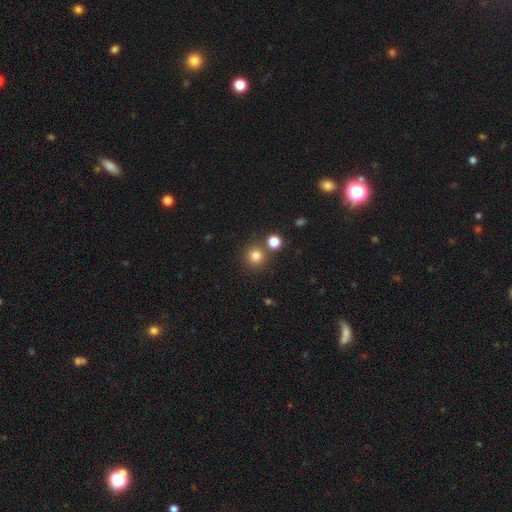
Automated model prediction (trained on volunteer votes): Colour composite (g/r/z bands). It shows a smooth galaxy with no disk features (80%) that is round (92%). Merging: none (75%).